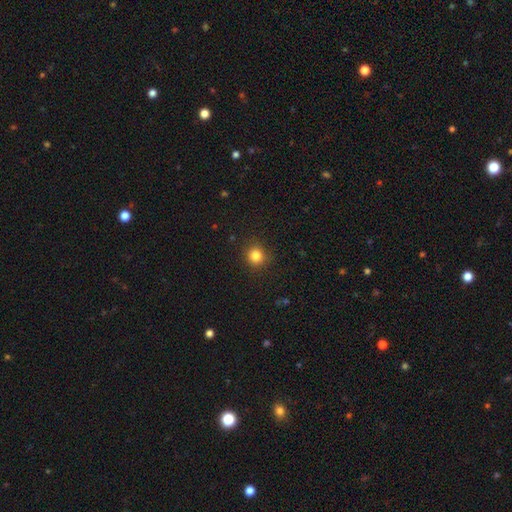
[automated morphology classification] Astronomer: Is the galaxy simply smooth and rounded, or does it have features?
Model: smooth — 83%.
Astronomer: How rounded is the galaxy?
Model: round — 92%.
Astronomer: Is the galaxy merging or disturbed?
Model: none — 89%.